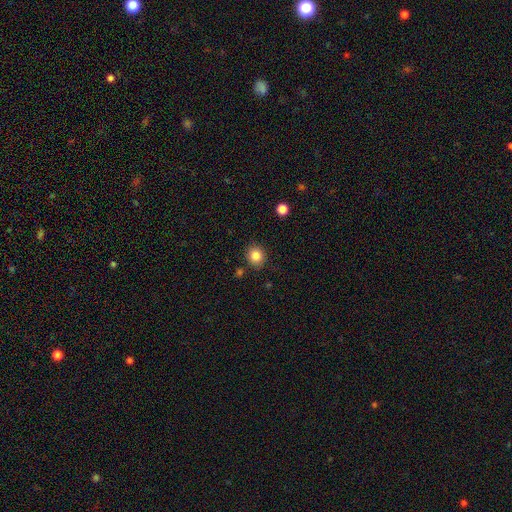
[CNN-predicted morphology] Q: Smooth or featured?
A: smooth (85%); runner-up: star or artifact (10%)
Q: How rounded?
A: round (78%); runner-up: in between (21%)
Q: Merging?
A: none (86%); runner-up: minor disturbance (9%)